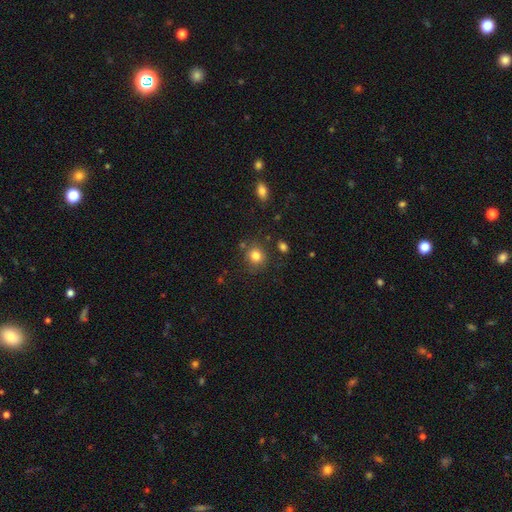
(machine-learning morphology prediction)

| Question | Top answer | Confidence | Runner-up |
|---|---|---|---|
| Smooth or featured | smooth | 82% | star or artifact (12%) |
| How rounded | round | 83% | in between (16%) |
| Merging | none | 80% | minor disturbance (11%) |